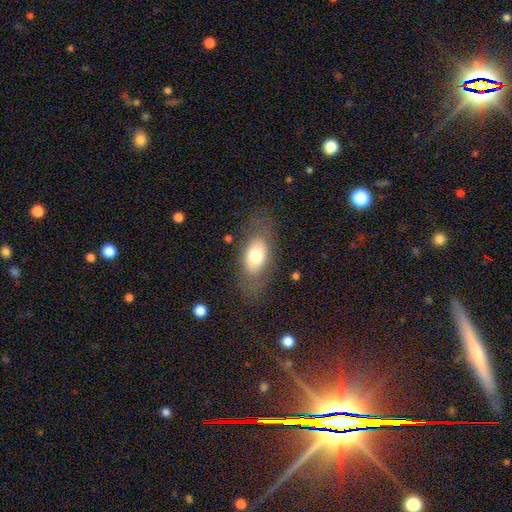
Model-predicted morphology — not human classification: This is likely a smooth galaxy (66%). How rounded: clearly in between (87%). Merging: likely none (75%).